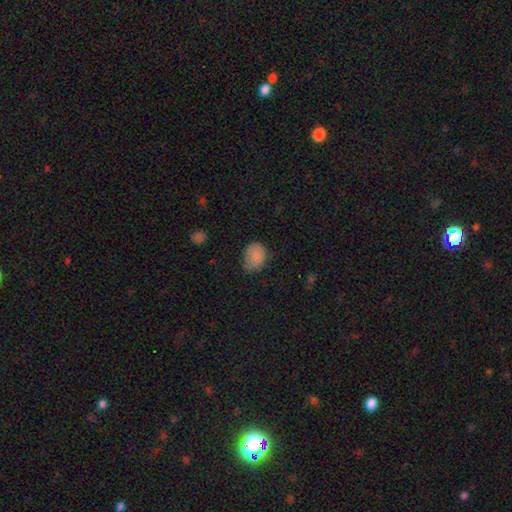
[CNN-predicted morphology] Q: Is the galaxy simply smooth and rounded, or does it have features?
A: smooth — 83%.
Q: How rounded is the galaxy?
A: in between — 65%.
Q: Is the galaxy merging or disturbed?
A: none — 57%.